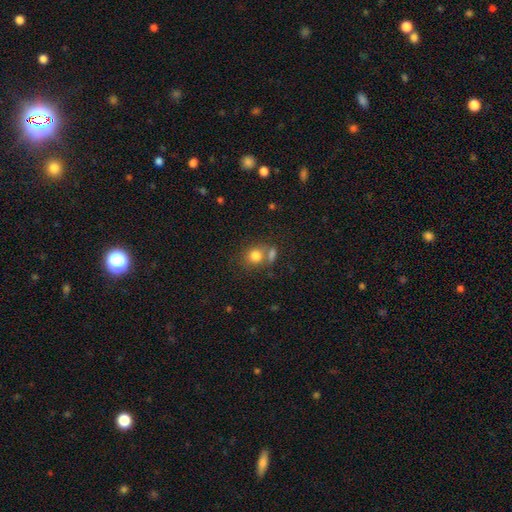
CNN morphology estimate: The model was most divided on "merging": none: 51%, merger: 32%, minor disturbance: 12%, major disturbance: 6%. More confident: smooth or featured — smooth (80%); how rounded — round (72%).